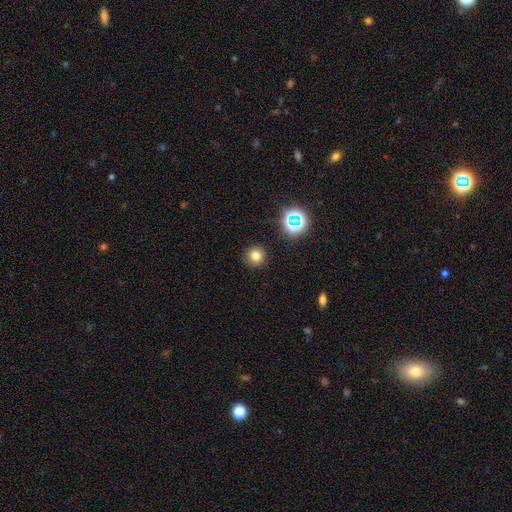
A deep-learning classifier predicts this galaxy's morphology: smooth-or-featured: smooth: 75% | star or artifact: 19% | featured or disk: 7%
  how-rounded: round: 94% | in between: 5% | cigar-shaped: 1%
  merging: none: 90% | minor disturbance: 6% | major disturbance: 2% | merger: 1%